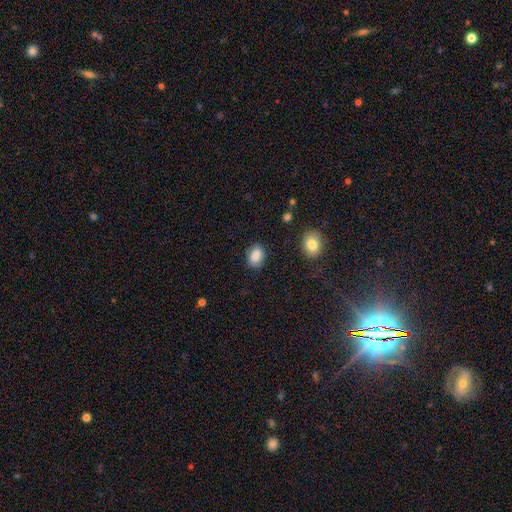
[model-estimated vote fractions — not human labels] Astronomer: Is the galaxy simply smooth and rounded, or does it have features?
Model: smooth — 86%.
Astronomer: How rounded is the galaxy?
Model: in between — 73%.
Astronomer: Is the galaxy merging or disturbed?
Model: none — 84%.